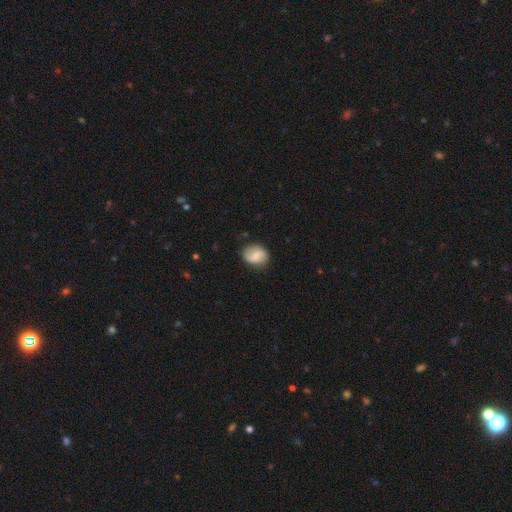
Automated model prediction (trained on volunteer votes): smooth-or-featured: smooth: 51% | featured or disk: 41% | star or artifact: 8%
  how-rounded: round: 56% | in between: 43% | cigar-shaped: 1%
  merging: none: 77% | minor disturbance: 17% | major disturbance: 5% | merger: 1%